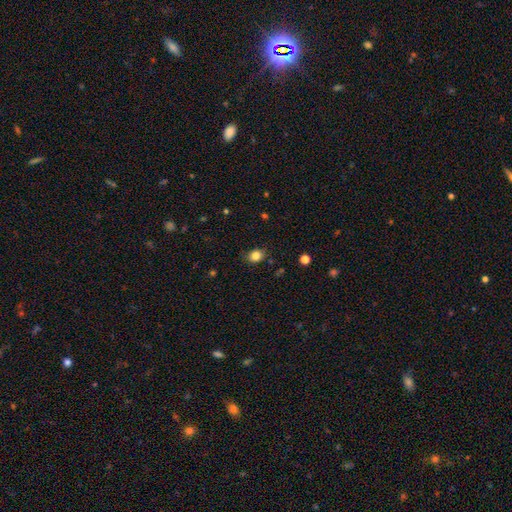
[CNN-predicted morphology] Smooth or featured? Predicted: smooth (p=0.83). How rounded? Predicted: round (p=0.60). Merging? Predicted: none (p=0.82).